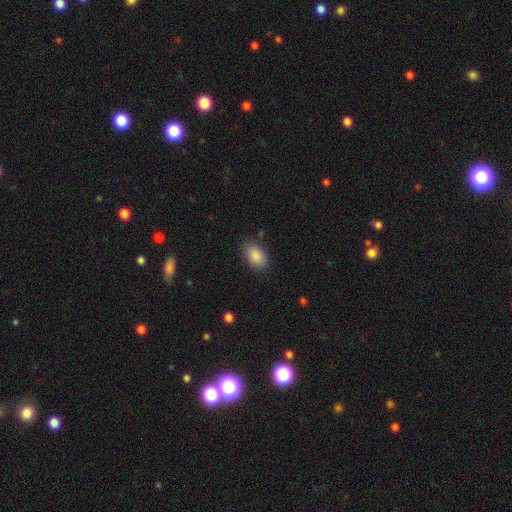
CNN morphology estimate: Smooth or featured?
  - smooth: 88% *
  - star or artifact: 7%
  - featured or disk: 5%
How rounded?
  - in between: 90% *
  - round: 9%
  - cigar-shaped: 1%
Merging?
  - none: 82% *
  - minor disturbance: 13%
  - major disturbance: 3%
  - merger: 2%